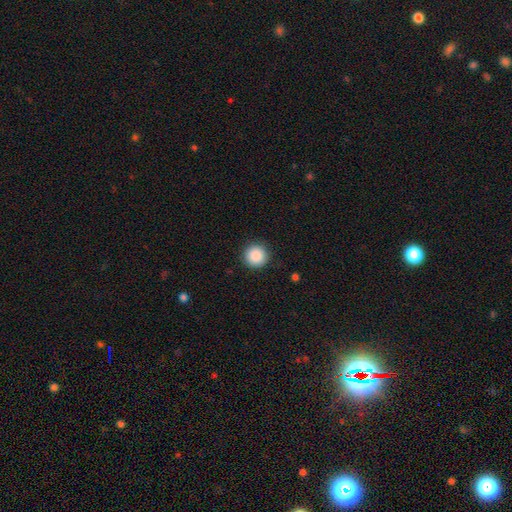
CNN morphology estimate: type=smooth (88%); roundness=round (96%); merging=none (91%).